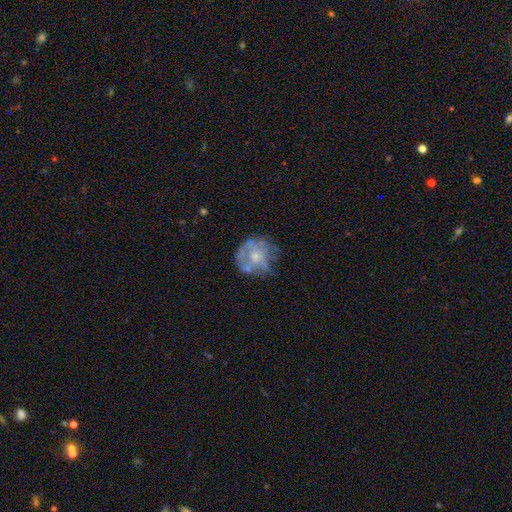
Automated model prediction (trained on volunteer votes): Overall: featured or disk (55%; smooth 36%). Edge-on disk: no (98%). Bar: no (87%). Spiral arms: no (73%). Bulge size: moderate (47%; small 37%). Merging: none (51%; minor disturbance 25%).